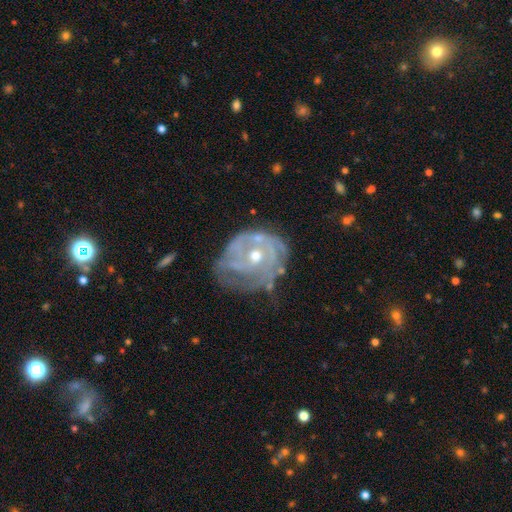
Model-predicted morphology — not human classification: Smooth or featured? featured or disk (81%)
Edge-on disk? no (97%)
Bar? no (77%)
Spiral arms? yes (80%)
Spiral winding? tight (66%)
Spiral arm count? can't tell (46%)
Bulge size? moderate (65%)
Merging? none (50%)